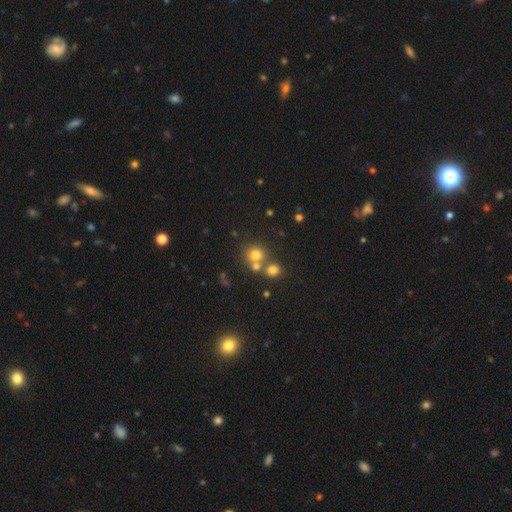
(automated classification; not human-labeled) This is likely a smooth galaxy (72%). How rounded: clearly round (87%). Merging: possibly none (54%).